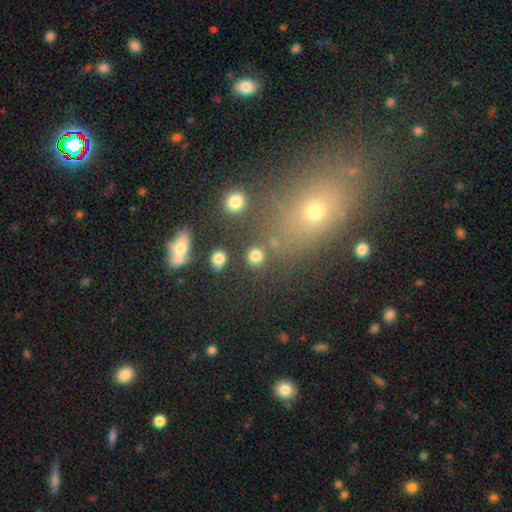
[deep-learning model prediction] The model was most divided on "smooth or featured": smooth: 82%, star or artifact: 12%, featured or disk: 6%. More confident: how rounded — round (86%); merging — none (82%).